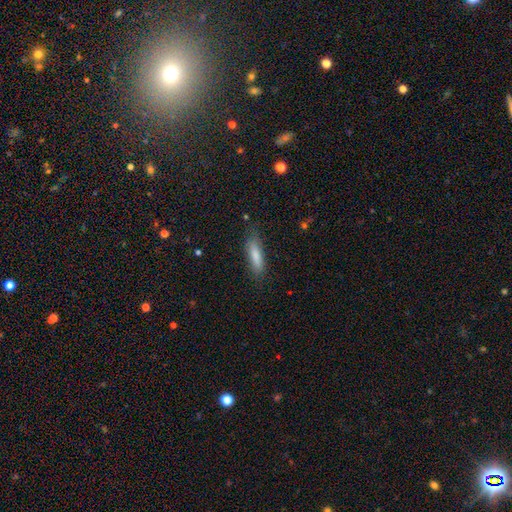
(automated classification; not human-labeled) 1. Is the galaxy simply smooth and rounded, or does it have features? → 81% smooth, 13% featured or disk, 6% star or artifact.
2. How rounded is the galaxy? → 62% cigar-shaped, 37% in between, 2% round.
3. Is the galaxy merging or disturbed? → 77% none, 17% minor disturbance, 5% major disturbance, 1% merger.